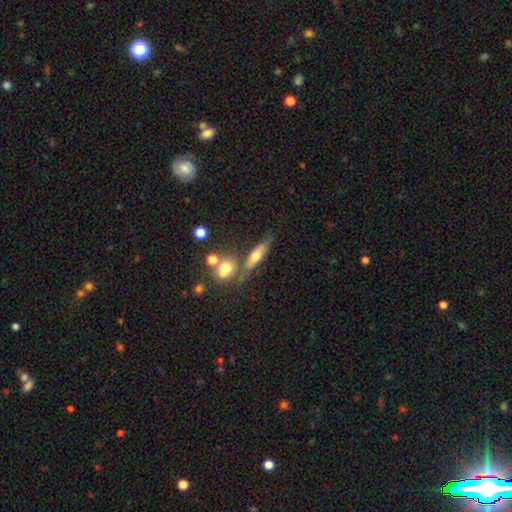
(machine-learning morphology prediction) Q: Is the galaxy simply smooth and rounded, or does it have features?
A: smooth — 51%.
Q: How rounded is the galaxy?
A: cigar-shaped — 52%.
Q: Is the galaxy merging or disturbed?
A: none — 57%.